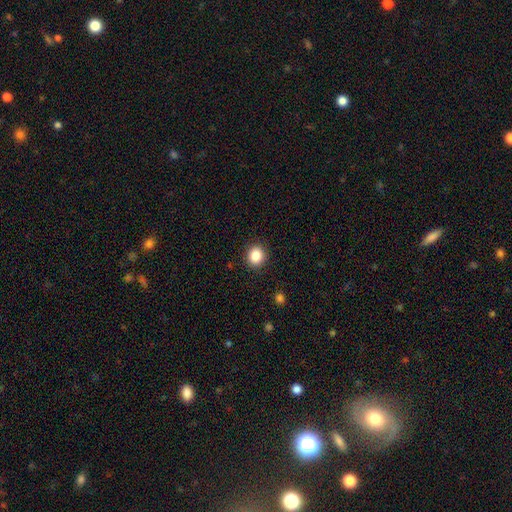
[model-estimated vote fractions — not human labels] Q: Smooth or featured?
A: smooth (86%); runner-up: star or artifact (10%)
Q: How rounded?
A: round (76%); runner-up: in between (23%)
Q: Merging?
A: none (90%); runner-up: minor disturbance (7%)